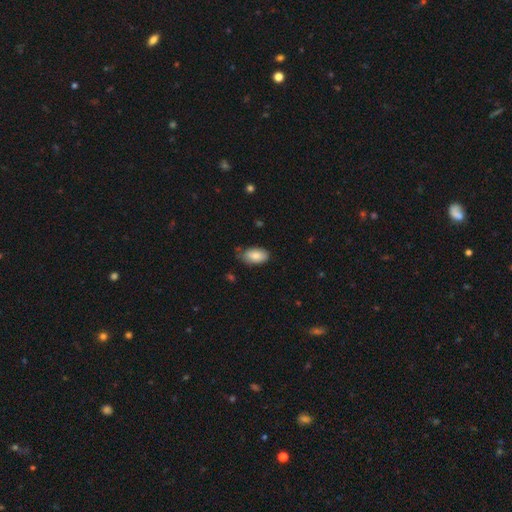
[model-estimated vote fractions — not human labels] Overall: smooth (84%). How rounded: in between (94%). Merging: none (70%).